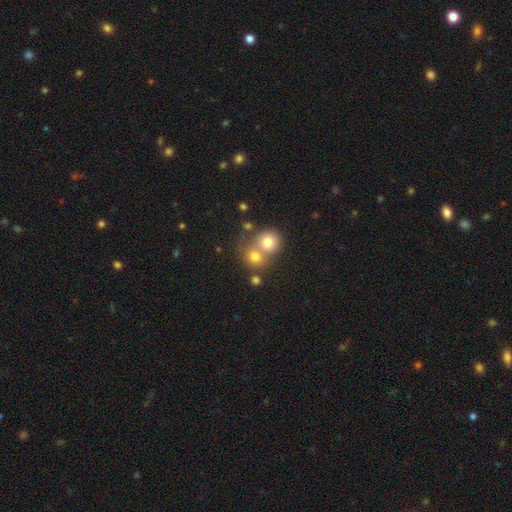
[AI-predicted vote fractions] Smooth or featured? smooth (70%)
How rounded? round (81%)
Merging? merger (56%)